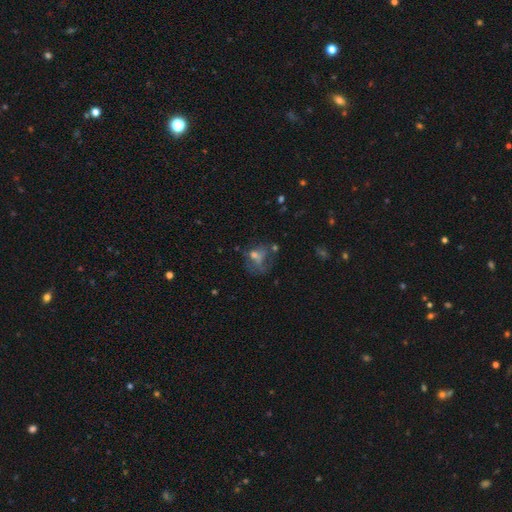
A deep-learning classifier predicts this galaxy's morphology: Smooth or featured?
  - featured or disk: 40% *
  - smooth: 36%
  - star or artifact: 24%
Merging?
  - major disturbance: 38% *
  - none: 34%
  - minor disturbance: 19%
  - merger: 9%